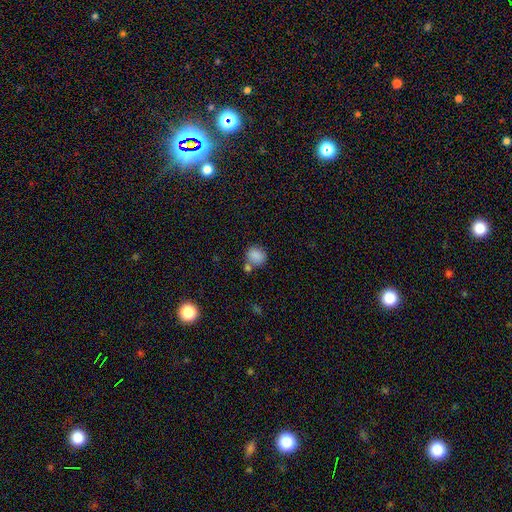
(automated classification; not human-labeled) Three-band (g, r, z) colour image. It shows a smooth galaxy with no disk features (84%) that is round (73%). Merging: none (59%).